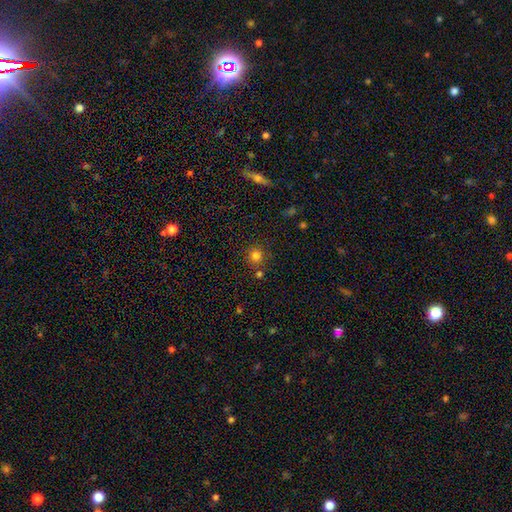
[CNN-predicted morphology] Smooth or featured? smooth (78%)
How rounded? round (91%)
Merging? none (77%)